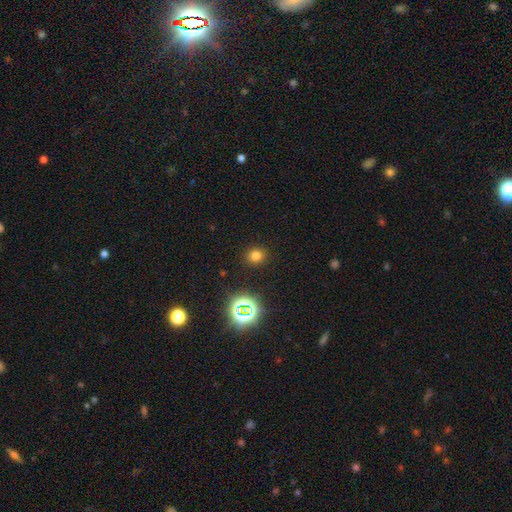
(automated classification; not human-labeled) Q: Smooth or featured?
A: smooth (72%); runner-up: star or artifact (22%)
Q: How rounded?
A: round (81%); runner-up: in between (18%)
Q: Merging?
A: none (89%); runner-up: minor disturbance (7%)